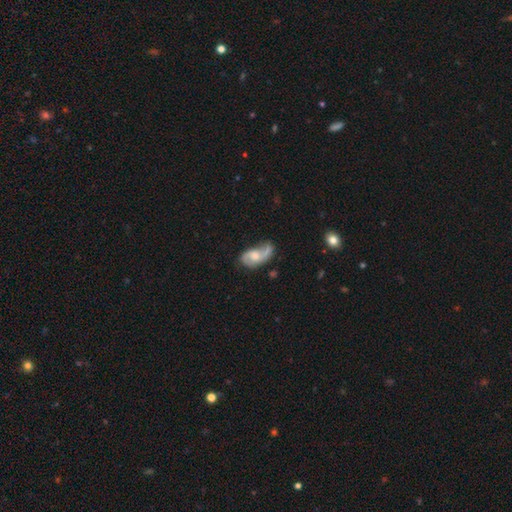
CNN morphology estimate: featured or disk 69%, smooth 25%, star or artifact 6%. Down the decision tree: edge-on disk — no (96%); bar — no (58%); spiral arms — yes (90%); spiral arm count — 2 (80%); spiral winding — loose (49%); bulge size — moderate (53%); merging — none (46%).